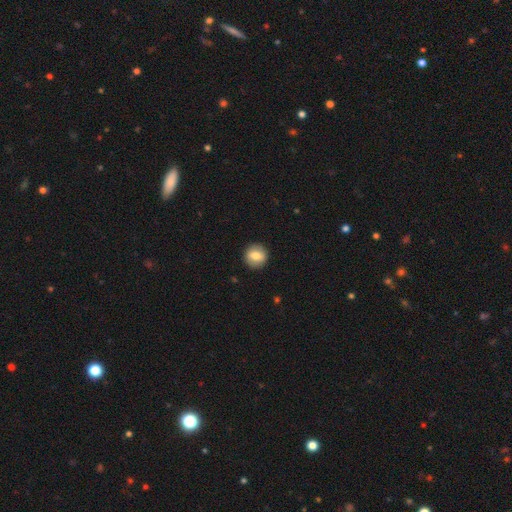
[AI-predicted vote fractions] This appears to be a smooth galaxy with no disk features (74%) that is round (89%). Merging: none (91%).